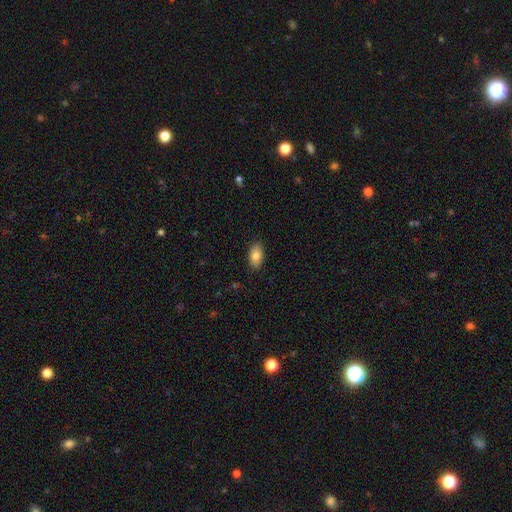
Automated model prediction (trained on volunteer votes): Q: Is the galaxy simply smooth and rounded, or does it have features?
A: smooth — 83%.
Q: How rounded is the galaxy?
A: in between — 93%.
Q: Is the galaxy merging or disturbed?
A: none — 88%.